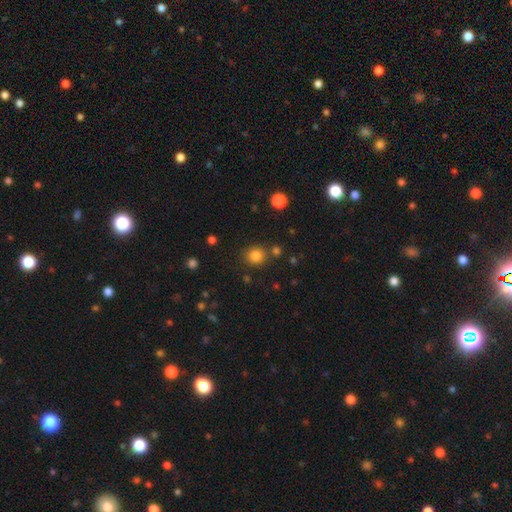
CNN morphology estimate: This is clearly a smooth galaxy (82%). How rounded: clearly round (85%). Merging: likely none (80%).